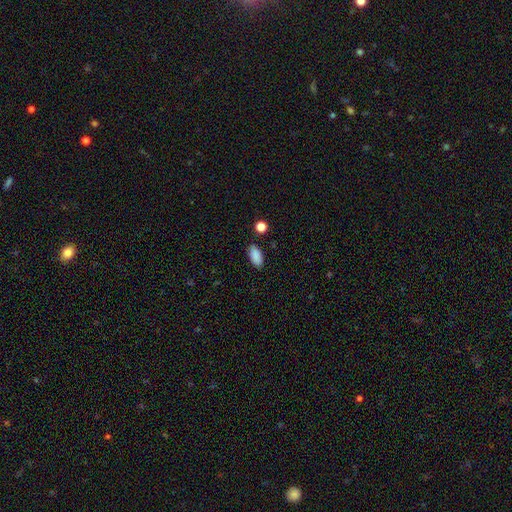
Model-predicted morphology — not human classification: A smooth galaxy with no disk features (89%) that is in between round and cigar-shaped (91%). Merging: none (85%).